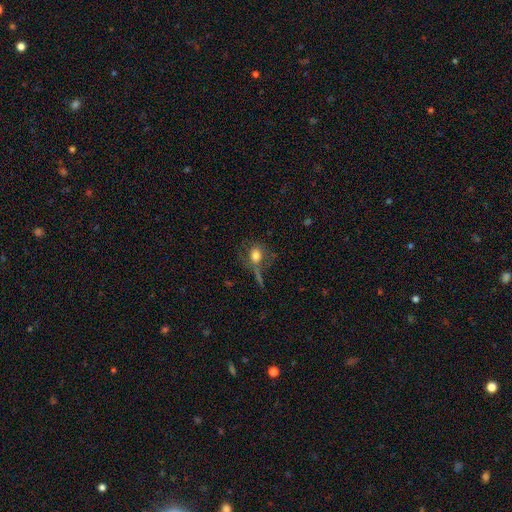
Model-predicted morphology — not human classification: This appears to be a smooth galaxy with no disk features (68%) that is round (51%). Merging: none (47%).